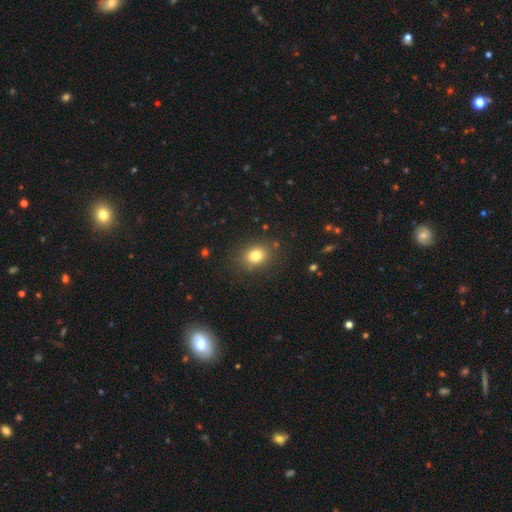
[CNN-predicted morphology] smooth-or-featured: smooth: 80% | star or artifact: 12% | featured or disk: 8%
  how-rounded: round: 56% | in between: 43% | cigar-shaped: 1%
  merging: none: 84% | minor disturbance: 10% | major disturbance: 4% | merger: 2%